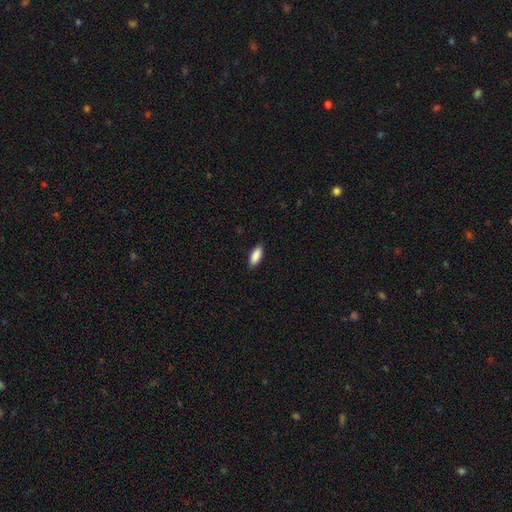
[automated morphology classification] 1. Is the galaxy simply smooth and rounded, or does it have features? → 89% smooth, 6% star or artifact, 5% featured or disk.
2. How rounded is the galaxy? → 77% in between, 21% cigar-shaped, 2% round.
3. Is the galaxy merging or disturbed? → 87% none, 10% minor disturbance, 2% major disturbance, 1% merger.